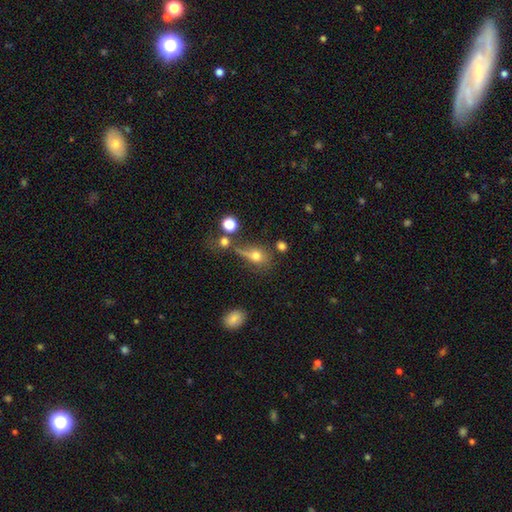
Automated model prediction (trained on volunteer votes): smooth_or_featured: smooth (p=0.67) [alt: featured or disk p=0.18]
how_rounded: round (p=0.47) [alt: in between p=0.46]
merging: none (p=0.38) [alt: major disturbance p=0.22]